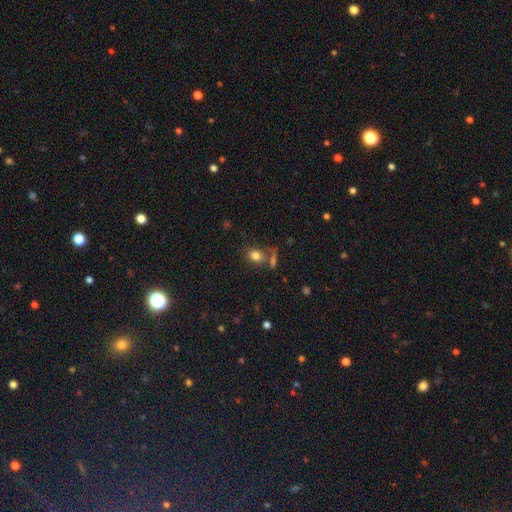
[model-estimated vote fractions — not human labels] Smooth or featured? smooth (80%)
How rounded? in between (53%)
Merging? none (62%)